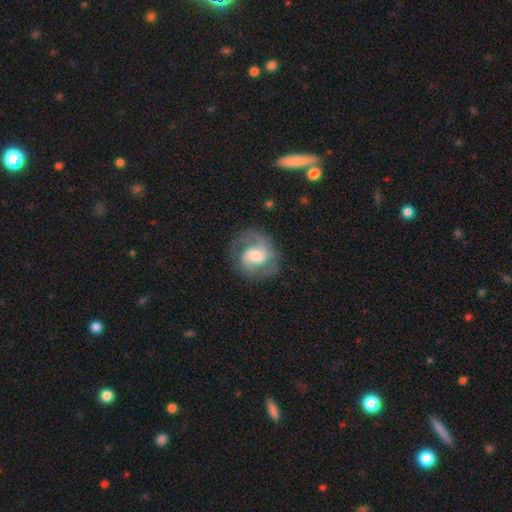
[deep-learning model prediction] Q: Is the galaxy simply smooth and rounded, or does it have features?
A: featured or disk — 74%.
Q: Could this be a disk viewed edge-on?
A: no — 98%.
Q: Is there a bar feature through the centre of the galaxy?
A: no — 48%.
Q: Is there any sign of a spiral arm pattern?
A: yes — 92%.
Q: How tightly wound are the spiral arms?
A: medium — 51%.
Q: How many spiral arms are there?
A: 2 — 77%.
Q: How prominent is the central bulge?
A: moderate — 46%.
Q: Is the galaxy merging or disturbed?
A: none — 73%.